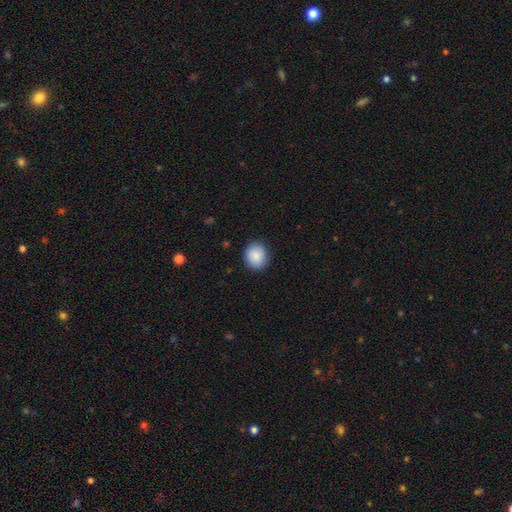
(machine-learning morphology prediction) smooth 88%, star or artifact 8%, featured or disk 5%. Down the decision tree: how rounded — round (74%); merging — none (89%).